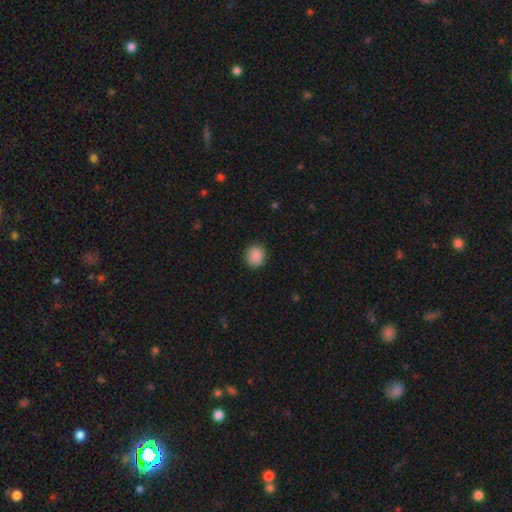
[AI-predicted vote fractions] Smooth or featured? smooth (89%)
How rounded? round (78%)
Merging? none (87%)